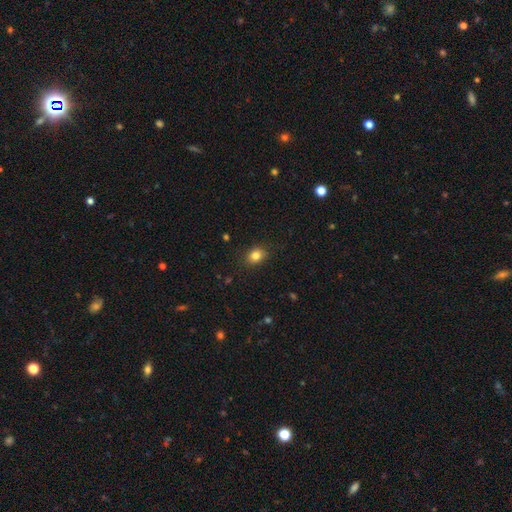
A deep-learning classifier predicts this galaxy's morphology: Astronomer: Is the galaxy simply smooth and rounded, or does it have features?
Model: smooth — 83%.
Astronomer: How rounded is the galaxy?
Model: round — 51% (runner-up: in between, 48%).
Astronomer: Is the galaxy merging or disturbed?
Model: none — 86%.